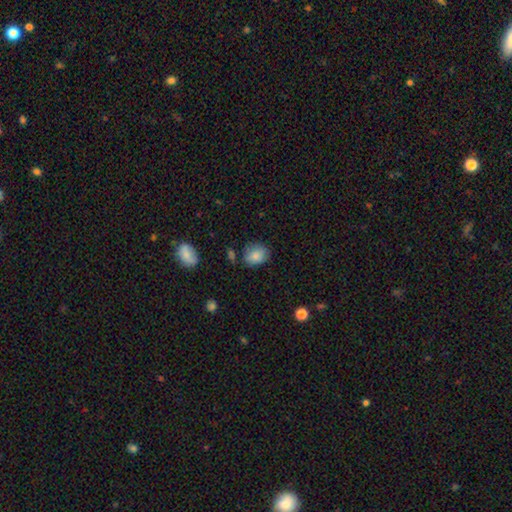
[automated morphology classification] This appears to be a smooth galaxy with no disk features (83%) that is in between round and cigar-shaped (52%). Merging: none (66%).